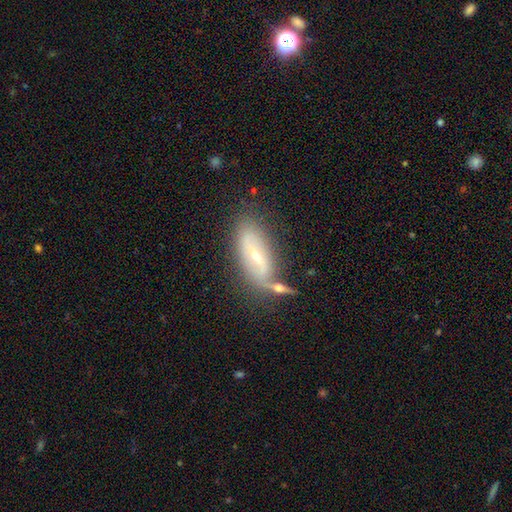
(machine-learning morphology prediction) featured or disk 59%, smooth 32%, star or artifact 8%. Down the decision tree: edge-on disk — no (72%); merging — none (55%).